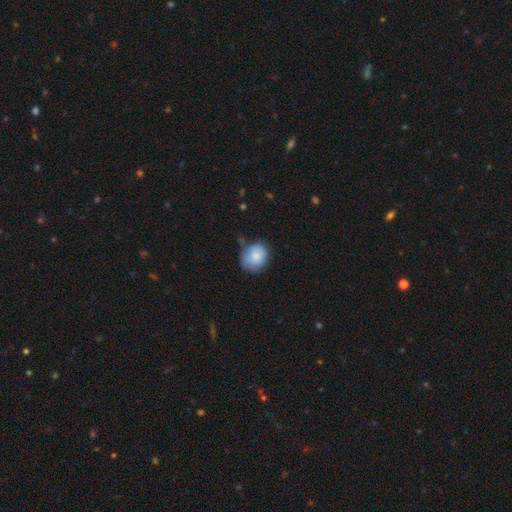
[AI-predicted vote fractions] smooth 82%, featured or disk 11%, star or artifact 7%. Down the decision tree: how rounded — round (62%); merging — none (57%).